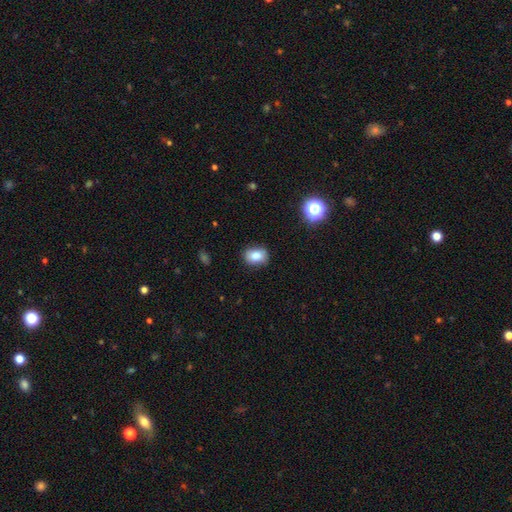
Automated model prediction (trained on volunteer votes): This appears to be a smooth galaxy with no disk features (83%) that is in between round and cigar-shaped (64%). Merging: none (83%).